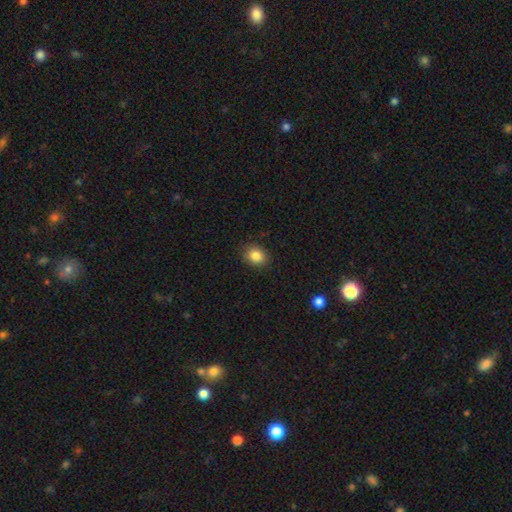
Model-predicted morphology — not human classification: Smooth or featured: smooth — 85% (star or artifact — 9%)
How rounded: round — 52% (in between — 47%)
Merging: none — 87% (minor disturbance — 9%)